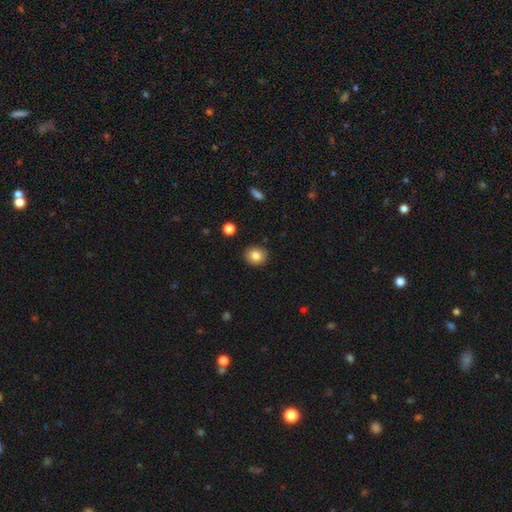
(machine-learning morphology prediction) Smooth or featured: smooth — 83% (star or artifact — 10%)
How rounded: round — 80% (in between — 19%)
Merging: none — 90% (minor disturbance — 7%)